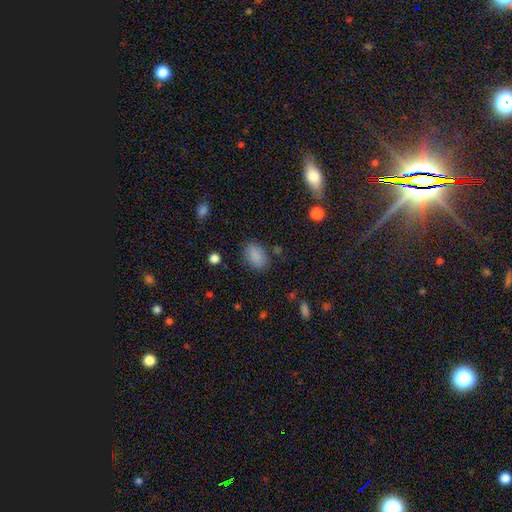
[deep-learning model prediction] Smooth or featured?
  - smooth: 86% *
  - star or artifact: 9%
  - featured or disk: 5%
How rounded?
  - in between: 84% *
  - round: 15%
  - cigar-shaped: 1%
Merging?
  - none: 79% *
  - minor disturbance: 14%
  - major disturbance: 4%
  - merger: 2%